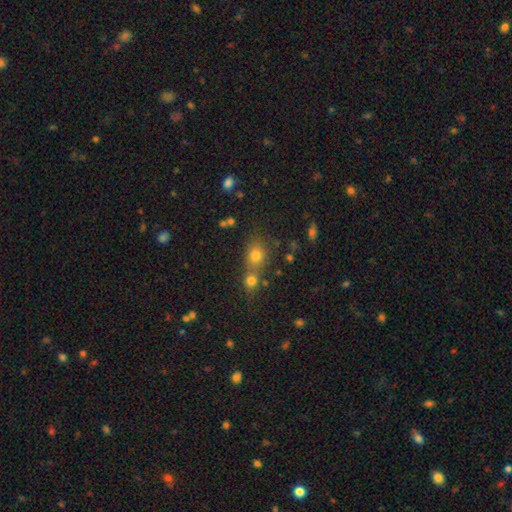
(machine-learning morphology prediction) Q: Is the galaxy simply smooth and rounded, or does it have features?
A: smooth — 71%.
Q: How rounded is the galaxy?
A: round — 64%.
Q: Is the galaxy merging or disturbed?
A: merger — 46%.